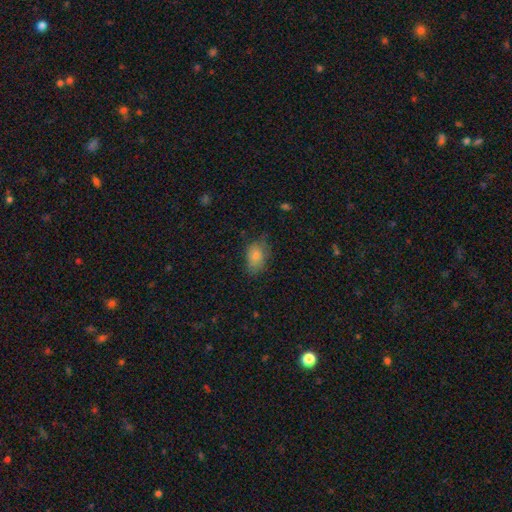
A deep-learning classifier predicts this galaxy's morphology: Smooth or featured: smooth — 80% (featured or disk — 11%)
How rounded: in between — 84% (round — 15%)
Merging: none — 63% (minor disturbance — 27%)